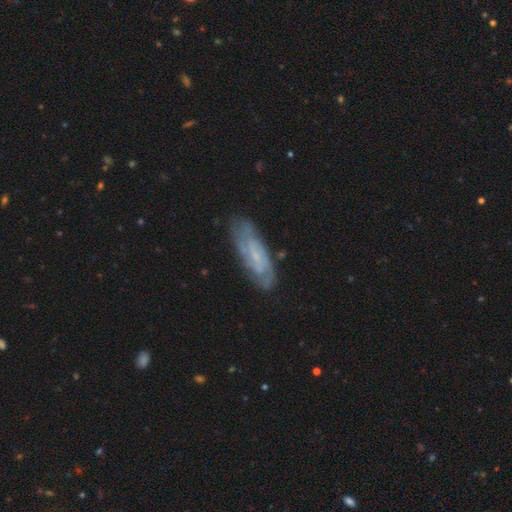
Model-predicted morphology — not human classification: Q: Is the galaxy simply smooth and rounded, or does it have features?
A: featured or disk — 71%.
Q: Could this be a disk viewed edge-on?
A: no — 85%.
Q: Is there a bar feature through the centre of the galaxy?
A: no — 54%.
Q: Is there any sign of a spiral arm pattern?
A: yes — 88%.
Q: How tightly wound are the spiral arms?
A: tight — 51%.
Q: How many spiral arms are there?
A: can't tell — 42%.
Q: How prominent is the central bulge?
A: small — 67%.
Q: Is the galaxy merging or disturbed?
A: none — 77%.